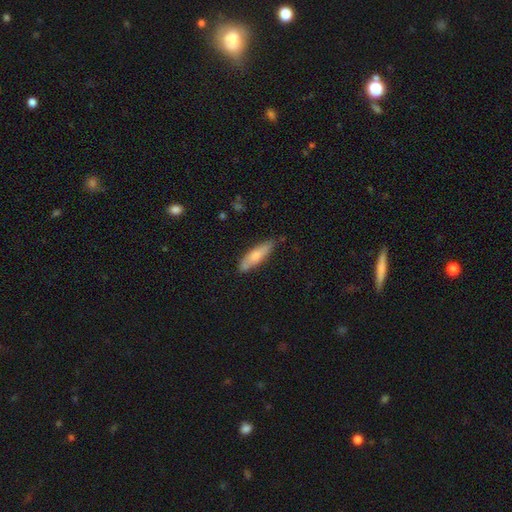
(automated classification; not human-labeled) Smooth or featured? Predicted: smooth (p=0.69). How rounded? Predicted: cigar-shaped (p=0.68). Merging? Predicted: none (p=0.79).